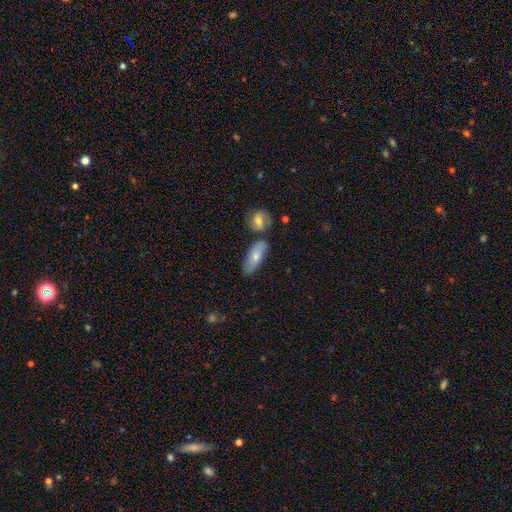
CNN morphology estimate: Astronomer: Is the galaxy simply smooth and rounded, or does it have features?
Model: smooth — 75%.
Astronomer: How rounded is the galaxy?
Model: in between — 72%.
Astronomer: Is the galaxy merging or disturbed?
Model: none — 66%.